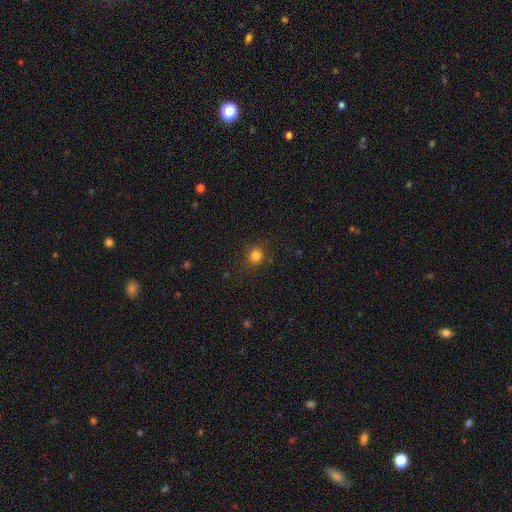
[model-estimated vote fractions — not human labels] This is clearly a smooth galaxy (82%). How rounded: clearly round (86%). Merging: clearly none (86%).